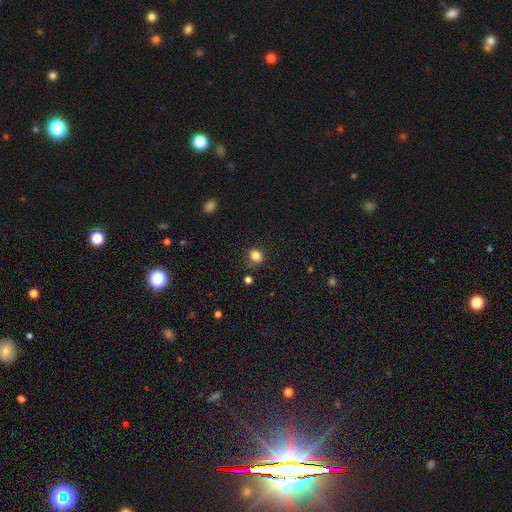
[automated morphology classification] Overall: smooth (83%). How rounded: round (80%). Merging: none (75%).